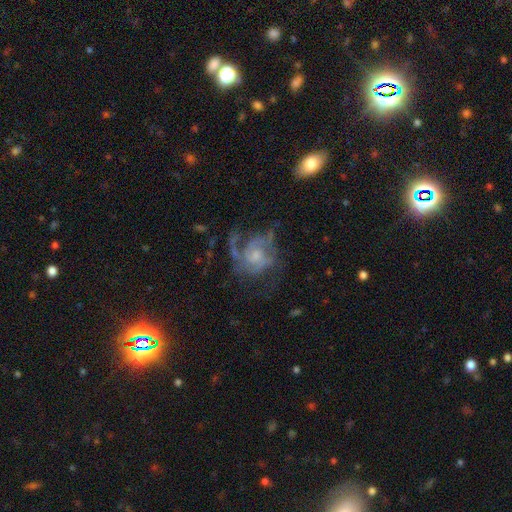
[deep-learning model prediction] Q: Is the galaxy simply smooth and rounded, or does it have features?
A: featured or disk — 81%.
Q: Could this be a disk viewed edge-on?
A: no — 98%.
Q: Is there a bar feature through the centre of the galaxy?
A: no — 69%.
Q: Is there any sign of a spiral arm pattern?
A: yes — 89%.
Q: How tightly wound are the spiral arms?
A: medium — 44%.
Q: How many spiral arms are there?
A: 2 — 35%.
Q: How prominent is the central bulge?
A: small — 44%.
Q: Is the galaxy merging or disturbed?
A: none — 48%.